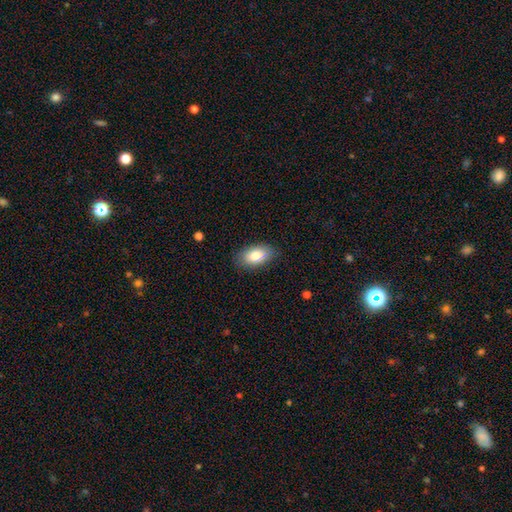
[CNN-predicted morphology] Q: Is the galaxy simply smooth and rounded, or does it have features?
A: smooth — 81%.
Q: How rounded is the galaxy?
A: in between — 92%.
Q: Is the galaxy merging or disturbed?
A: none — 82%.